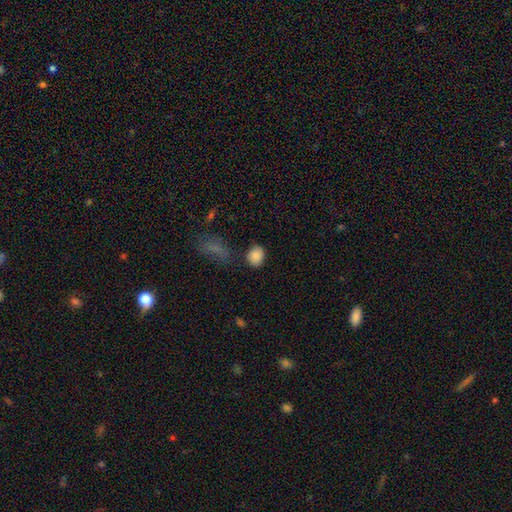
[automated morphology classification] smooth-or-featured: smooth: 87% | star or artifact: 9% | featured or disk: 4%
  how-rounded: round: 52% | in between: 47% | cigar-shaped: 1%
  merging: none: 77% | minor disturbance: 13% | merger: 5% | major disturbance: 4%